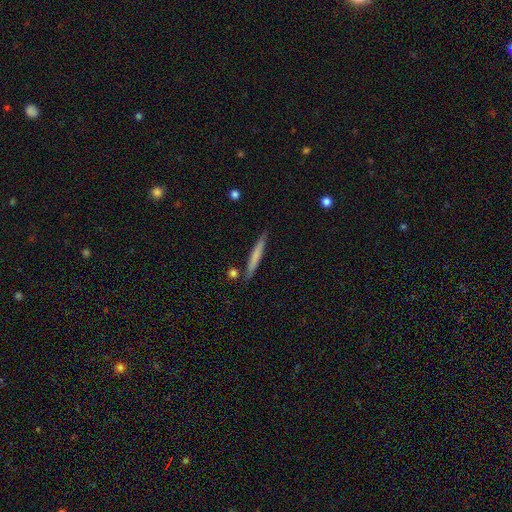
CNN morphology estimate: type=smooth (63%); roundness=cigar-shaped (96%); merging=none (84%).